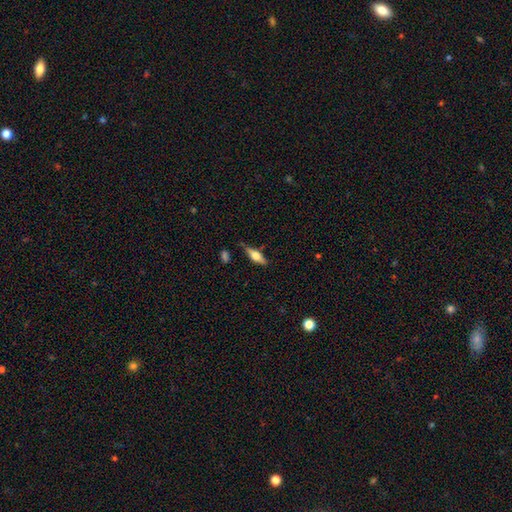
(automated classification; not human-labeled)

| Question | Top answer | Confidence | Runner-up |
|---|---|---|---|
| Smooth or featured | featured or disk | 54% | smooth (39%) |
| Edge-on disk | yes | 93% | no (7%) |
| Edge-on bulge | rounded | 92% | boxy (6%) |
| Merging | none | 78% | minor disturbance (15%) |